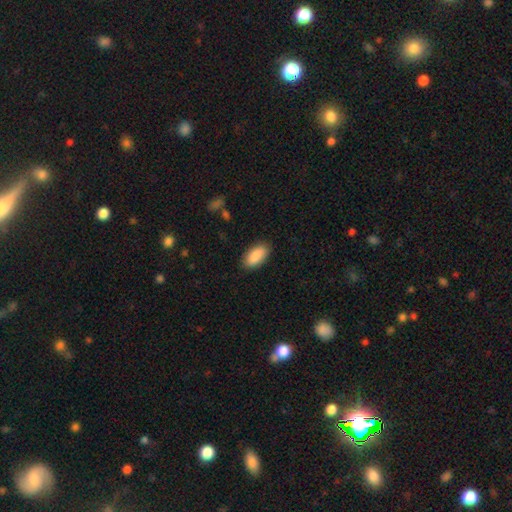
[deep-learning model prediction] smooth_or_featured: smooth (p=0.89) [alt: star or artifact p=0.06]
how_rounded: in between (p=0.92) [alt: cigar-shaped p=0.05]
merging: none (p=0.87) [alt: minor disturbance p=0.10]